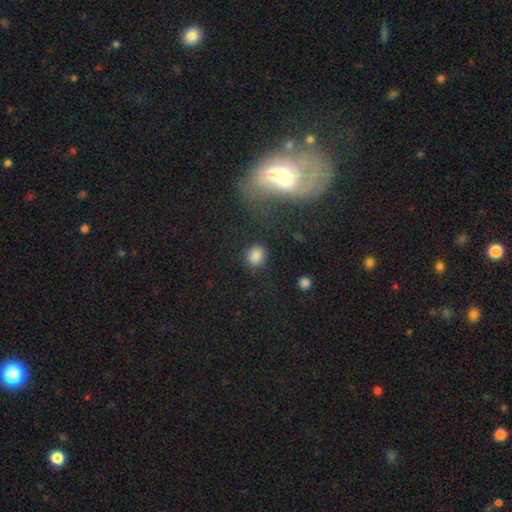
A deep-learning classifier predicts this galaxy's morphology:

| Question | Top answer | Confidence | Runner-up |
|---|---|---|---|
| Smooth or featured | smooth | 83% | star or artifact (12%) |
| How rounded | round | 74% | in between (25%) |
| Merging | none | 84% | minor disturbance (10%) |